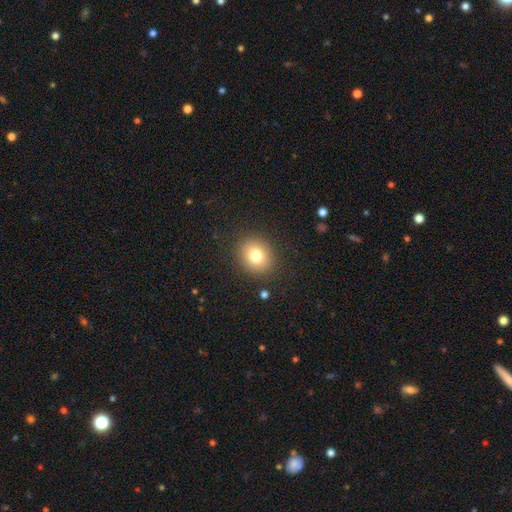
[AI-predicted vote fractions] Smooth or featured? smooth (78%)
How rounded? round (69%)
Merging? none (88%)